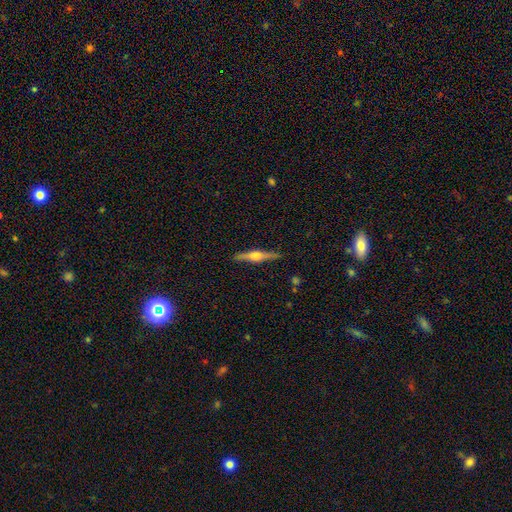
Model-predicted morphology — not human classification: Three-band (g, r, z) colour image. It shows a featured or disk galaxy (69%) viewed edge-on (97%) with a rounded central bulge (92%). Merging: none (89%).